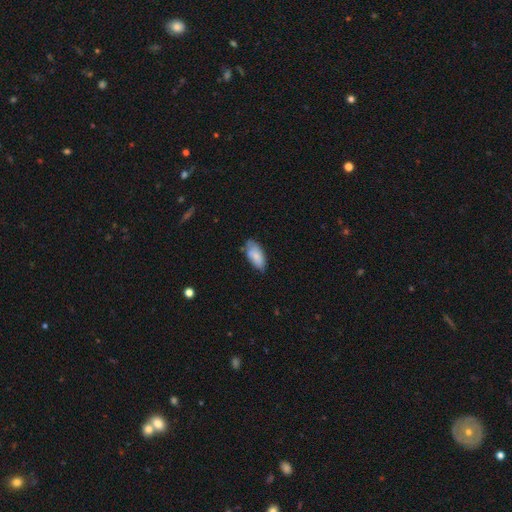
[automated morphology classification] Q: Smooth or featured?
A: smooth (79%); runner-up: featured or disk (15%)
Q: How rounded?
A: in between (91%); runner-up: cigar-shaped (7%)
Q: Merging?
A: none (64%); runner-up: minor disturbance (28%)